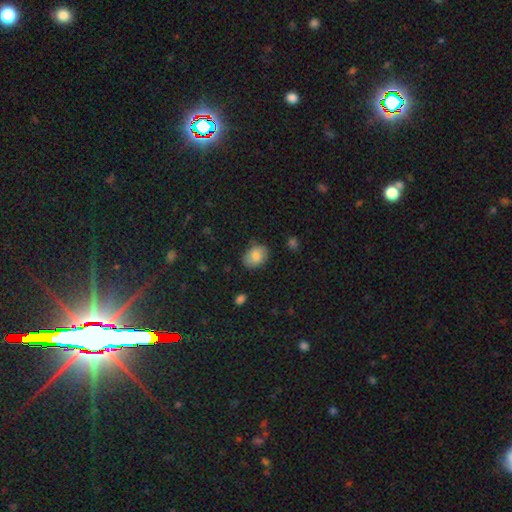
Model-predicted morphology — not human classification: The model was most divided on "how rounded": in between: 66%, round: 33%, cigar-shaped: 1%. More confident: smooth or featured — smooth (81%); merging — none (75%).